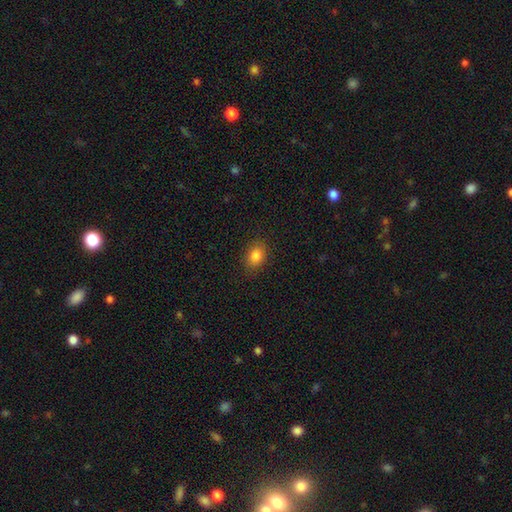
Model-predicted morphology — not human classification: This appears to be a smooth galaxy with no disk features (84%) that is in between round and cigar-shaped (68%). Merging: none (87%).